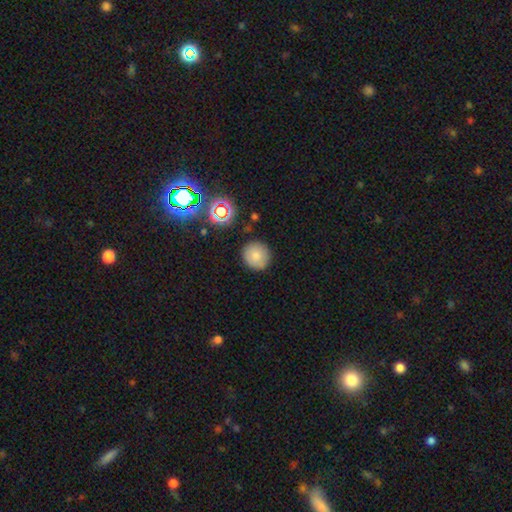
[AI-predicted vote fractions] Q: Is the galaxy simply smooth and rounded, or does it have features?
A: smooth — 81%.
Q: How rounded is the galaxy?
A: round — 93%.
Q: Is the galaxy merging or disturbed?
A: none — 88%.